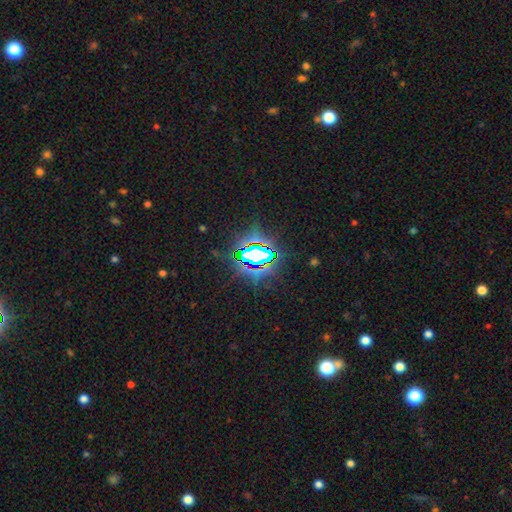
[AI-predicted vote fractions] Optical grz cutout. It shows a star or artifact, not a galaxy (77%).